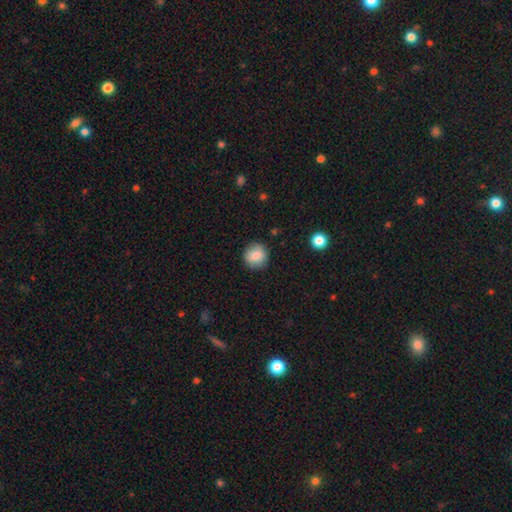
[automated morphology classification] A smooth galaxy with no disk features (82%) that is round (93%). Merging: none (89%).